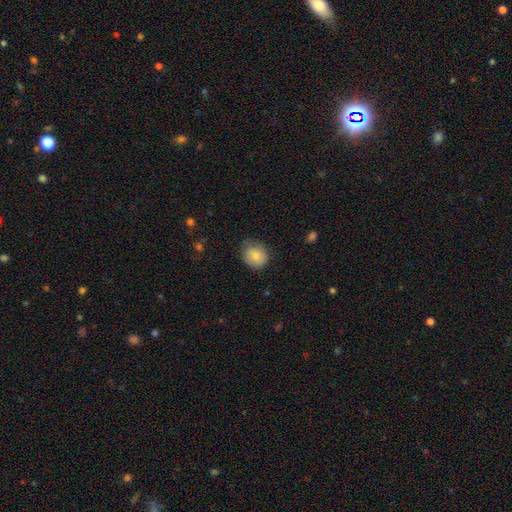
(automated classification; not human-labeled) Smooth or featured?
  - smooth: 80% *
  - featured or disk: 12%
  - star or artifact: 8%
How rounded?
  - round: 72% *
  - in between: 27%
  - cigar-shaped: 1%
Merging?
  - none: 71% *
  - minor disturbance: 23%
  - major disturbance: 5%
  - merger: 1%